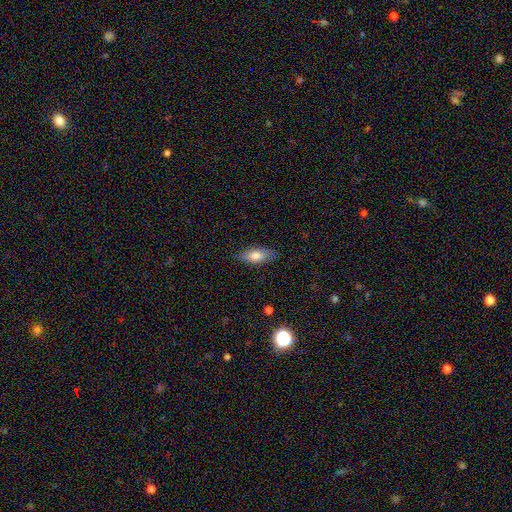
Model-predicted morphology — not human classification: Smooth or featured? Predicted: smooth (p=0.75). How rounded? Predicted: in between (p=0.80). Merging? Predicted: none (p=0.83).